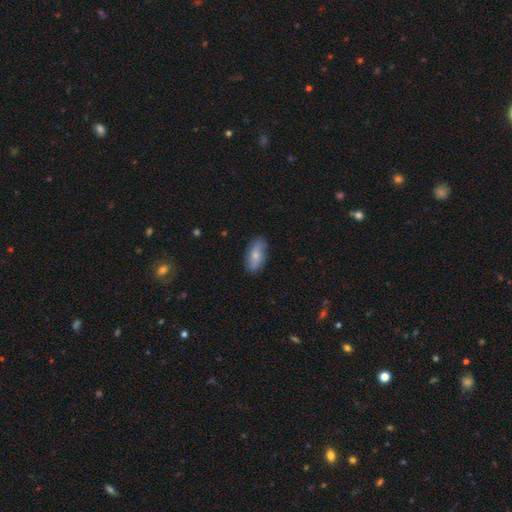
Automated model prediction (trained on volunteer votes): A smooth galaxy with no disk features (73%) that is in between round and cigar-shaped (88%). Merging: none (81%).